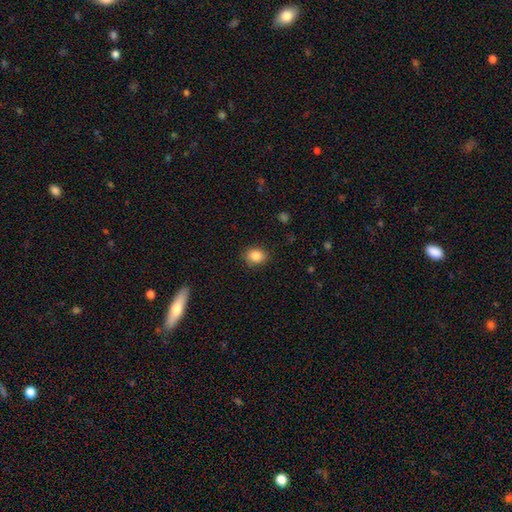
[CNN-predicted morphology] A smooth galaxy with no disk features (86%) that is in between round and cigar-shaped (54%).

Vote fractions:
- Smooth or featured? smooth: 86% / star or artifact: 9% / featured or disk: 5%
- How rounded? in between: 54% / round: 45% / cigar-shaped: 1%
- Merging? none: 86% / minor disturbance: 10% / major disturbance: 3% / merger: 1%